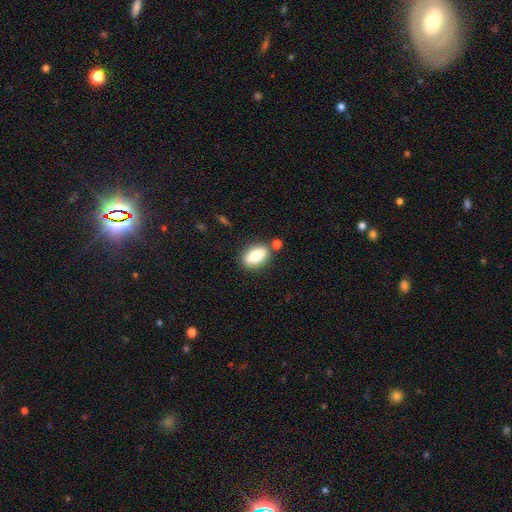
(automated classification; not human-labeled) Smooth or featured: smooth — 70% (featured or disk — 22%)
How rounded: in between — 83% (round — 10%)
Merging: none — 79% (minor disturbance — 11%)